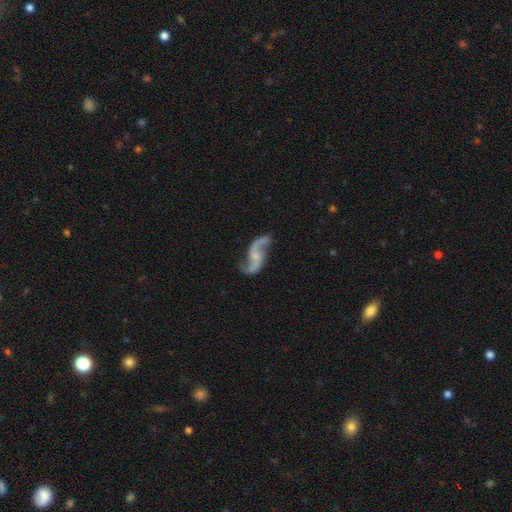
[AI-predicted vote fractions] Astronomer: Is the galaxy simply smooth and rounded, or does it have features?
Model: featured or disk — 89%.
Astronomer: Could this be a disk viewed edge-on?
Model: no — 97%.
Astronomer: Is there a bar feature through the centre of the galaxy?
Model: no — 52% (runner-up: weak, 38%).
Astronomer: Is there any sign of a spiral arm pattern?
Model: yes — 96%.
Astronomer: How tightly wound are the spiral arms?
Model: loose — 80%.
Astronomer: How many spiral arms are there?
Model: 2 — 93%.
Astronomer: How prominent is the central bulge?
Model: small — 47% (runner-up: none, 28%).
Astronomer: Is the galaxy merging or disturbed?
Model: none — 73%.